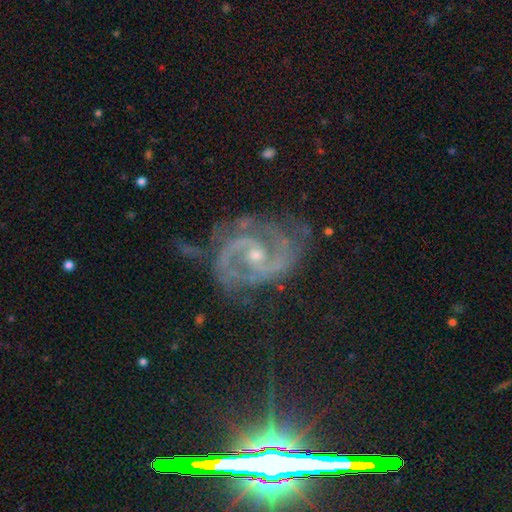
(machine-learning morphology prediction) This is clearly a featured or disk galaxy (89%). It is clearly not viewed edge-on (98%). Bar: possibly no (50%). Spiral arm pattern: clearly yes (98%). Spiral arm count: clearly 2 (81%). Spiral winding: possibly medium (54%). Central bulge: likely small (62%). Merging: likely none (64%).